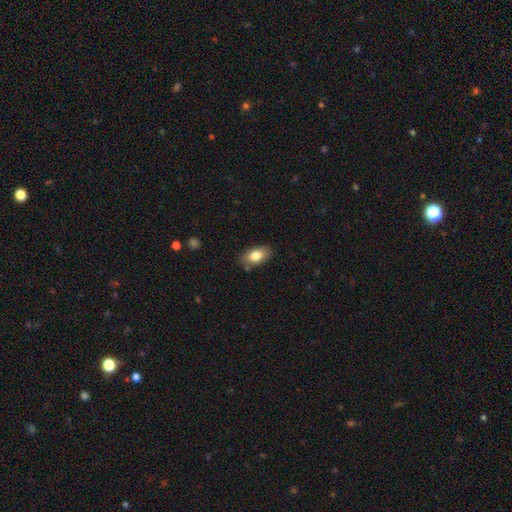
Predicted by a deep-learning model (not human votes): Morphology: type=smooth (80%); roundness=in between (91%); merging=none (82%).